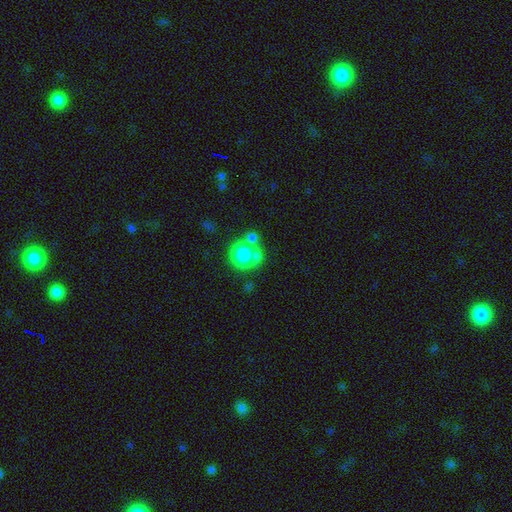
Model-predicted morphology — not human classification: smooth_or_featured: smooth (p=0.81) [alt: featured or disk p=0.10]
how_rounded: round (p=0.85) [alt: in between p=0.14]
merging: none (p=0.50) [alt: merger p=0.25]